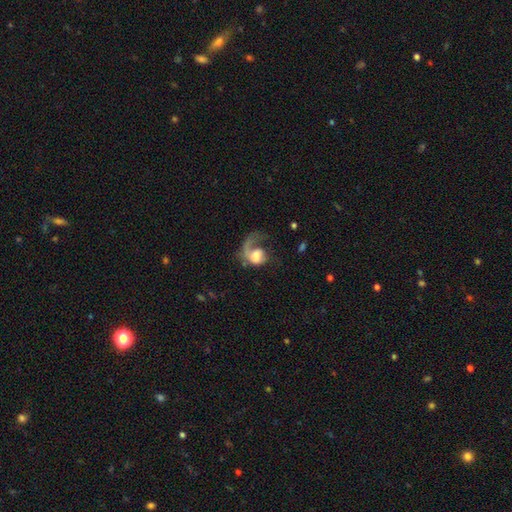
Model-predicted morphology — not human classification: Smooth or featured? Predicted: featured or disk (p=0.64). Edge-on disk? Predicted: no (p=0.98). Bar? Predicted: no (p=0.68). Spiral arms? Predicted: yes (p=0.84). Spiral winding? Predicted: loose (p=0.58). Spiral arm count? Predicted: 1 (p=0.87). Bulge size? Predicted: moderate (p=0.36). Merging? Predicted: major disturbance (p=0.53).